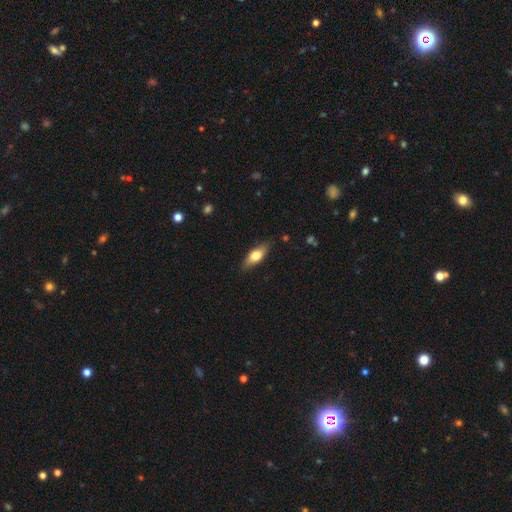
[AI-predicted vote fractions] Smooth or featured? Predicted: smooth (p=0.67). How rounded? Predicted: in between (p=0.72). Merging? Predicted: none (p=0.85).